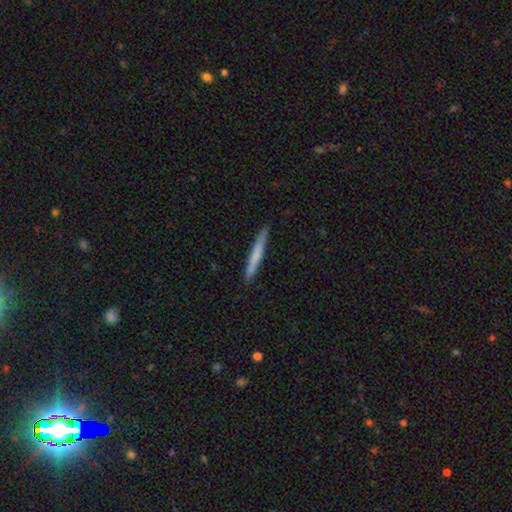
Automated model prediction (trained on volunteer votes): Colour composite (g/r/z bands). It shows a smooth galaxy with no disk features (69%) that is cigar-shaped (97%). Merging: none (90%).